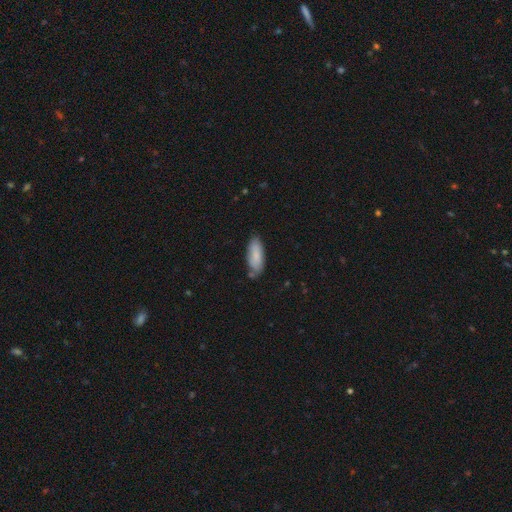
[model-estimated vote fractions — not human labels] smooth_or_featured: smooth (p=0.83) [alt: featured or disk p=0.11]
how_rounded: in between (p=0.74) [alt: cigar-shaped p=0.24]
merging: none (p=0.69) [alt: minor disturbance p=0.23]